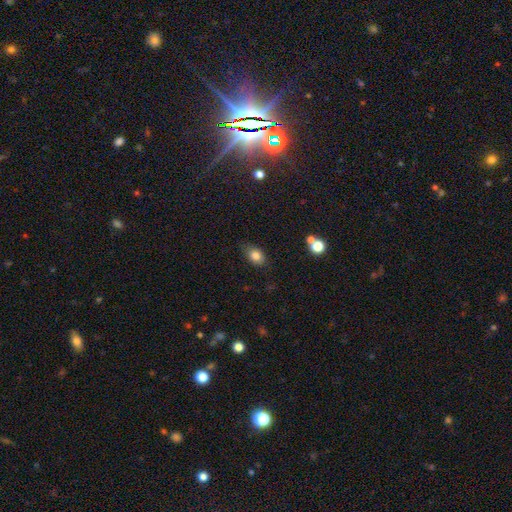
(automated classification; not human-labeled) The model was most divided on "how rounded": in between: 73%, round: 25%, cigar-shaped: 2%. More confident: smooth or featured — smooth (82%); merging — none (76%).